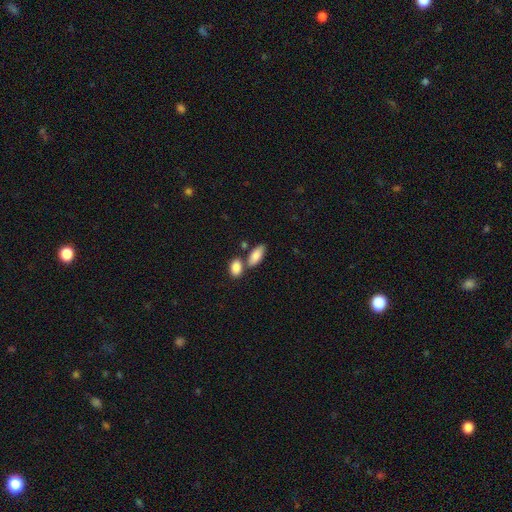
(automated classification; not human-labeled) A smooth galaxy with no disk features (85%) that is in between round and cigar-shaped (87%). Merging: none (57%).